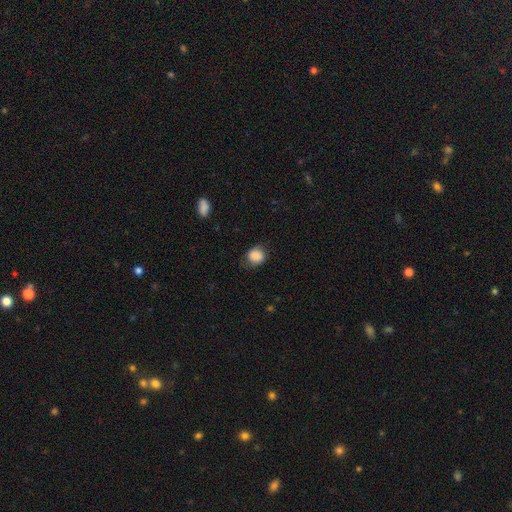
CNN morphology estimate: Overall: smooth (87%). How rounded: round (75%). Merging: none (71%).